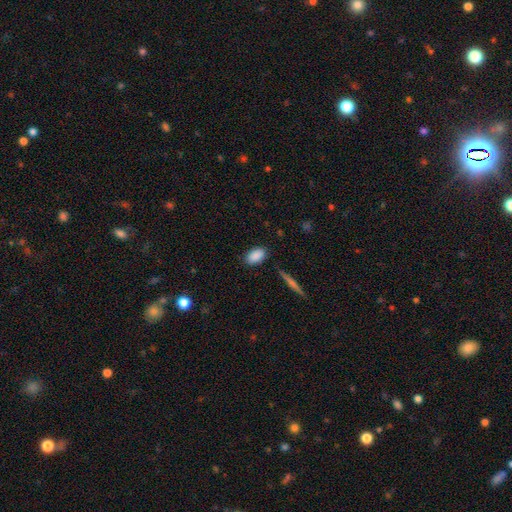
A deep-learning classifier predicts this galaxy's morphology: Overall: smooth (88%). How rounded: in between (91%). Merging: none (85%).